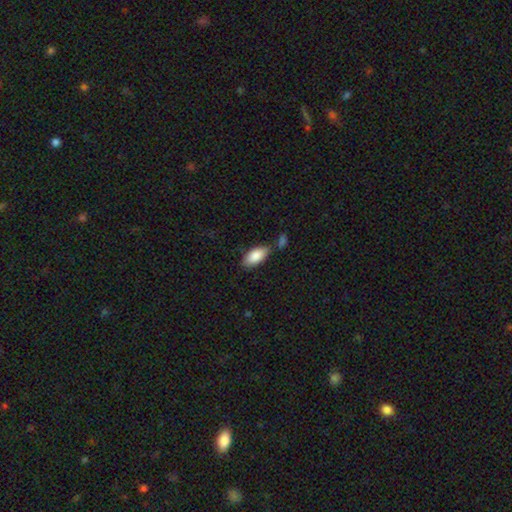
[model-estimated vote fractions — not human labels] smooth 86%, featured or disk 8%, star or artifact 6%. Down the decision tree: how rounded — in between (92%); merging — none (64%).